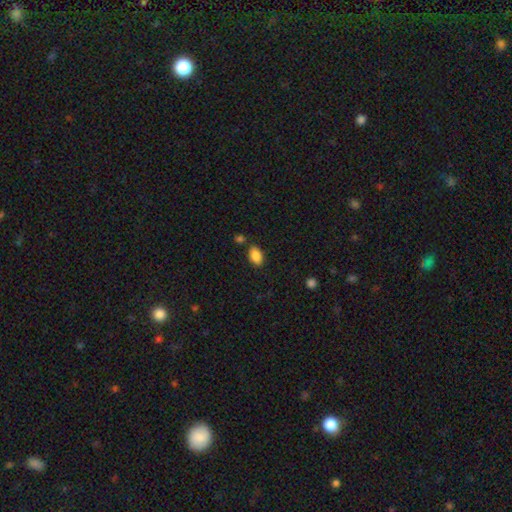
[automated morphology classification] Q: Smooth or featured?
A: smooth (87%); runner-up: star or artifact (8%)
Q: How rounded?
A: in between (91%); runner-up: round (7%)
Q: Merging?
A: none (81%); runner-up: minor disturbance (11%)